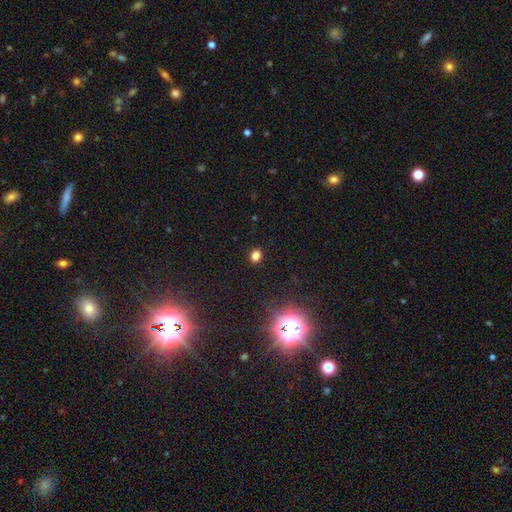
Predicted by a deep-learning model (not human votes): Q: Smooth or featured?
A: smooth (76%); runner-up: star or artifact (19%)
Q: How rounded?
A: round (61%); runner-up: in between (37%)
Q: Merging?
A: none (89%); runner-up: minor disturbance (7%)